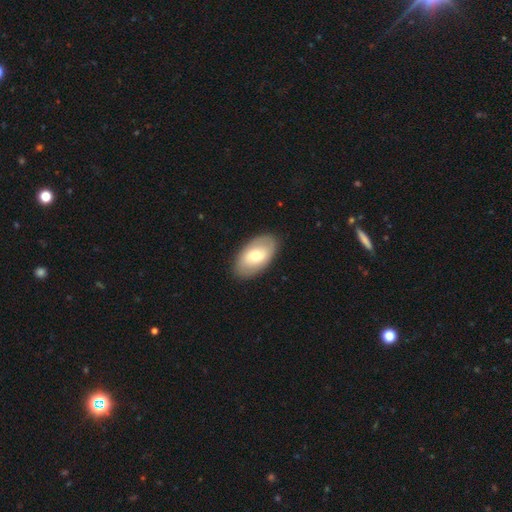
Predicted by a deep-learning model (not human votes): This is likely a smooth galaxy (61%). How rounded: clearly in between (94%). Merging: clearly none (88%).